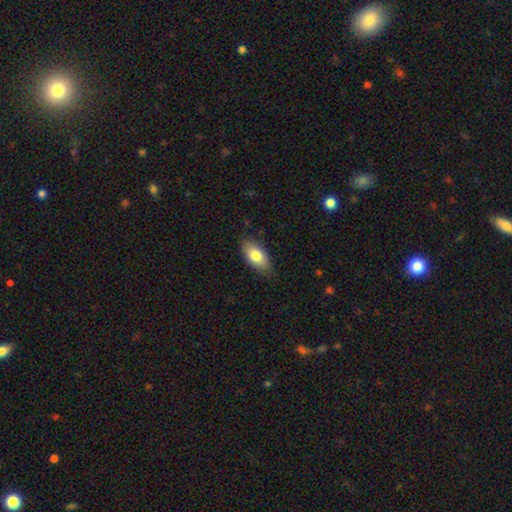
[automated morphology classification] The model was most divided on "smooth or featured": smooth: 79%, featured or disk: 15%, star or artifact: 6%. More confident: how rounded — in between (91%); merging — none (82%).